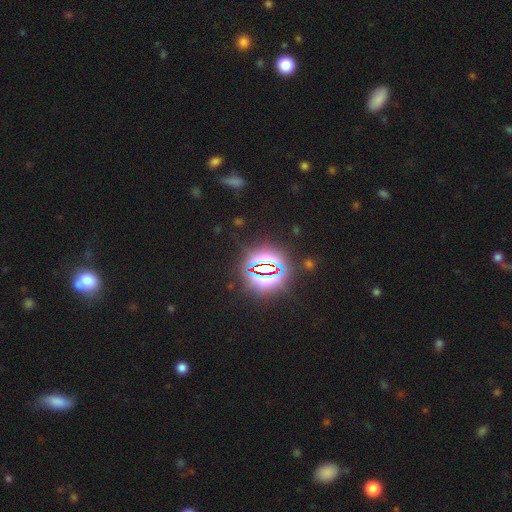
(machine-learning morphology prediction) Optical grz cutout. It shows a star or artifact, not a galaxy (76%).